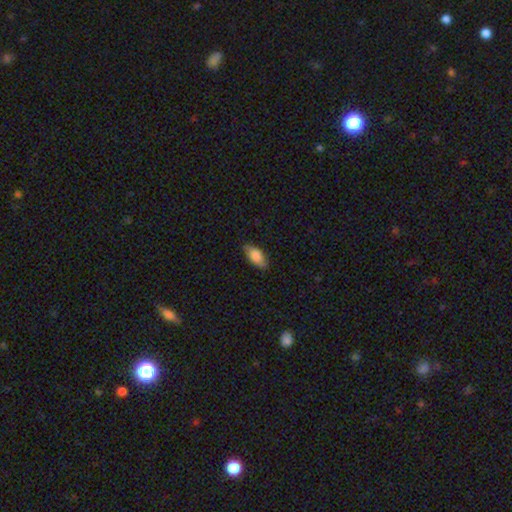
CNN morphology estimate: A smooth galaxy with no disk features (83%) that is in between round and cigar-shaped (88%). Merging: none (80%).